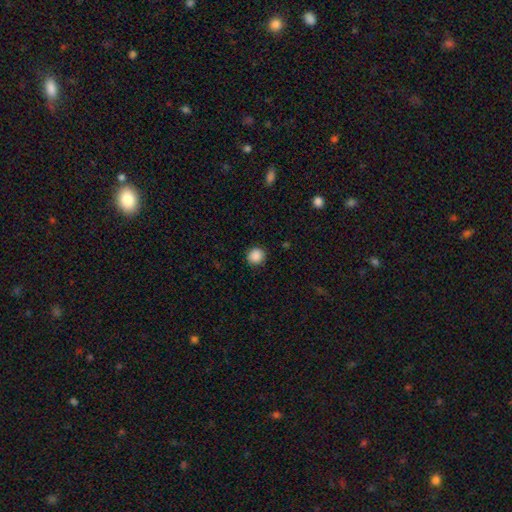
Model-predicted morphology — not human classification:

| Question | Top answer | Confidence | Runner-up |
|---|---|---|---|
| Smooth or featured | smooth | 88% | star or artifact (10%) |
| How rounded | round | 93% | in between (6%) |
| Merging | none | 91% | minor disturbance (6%) |